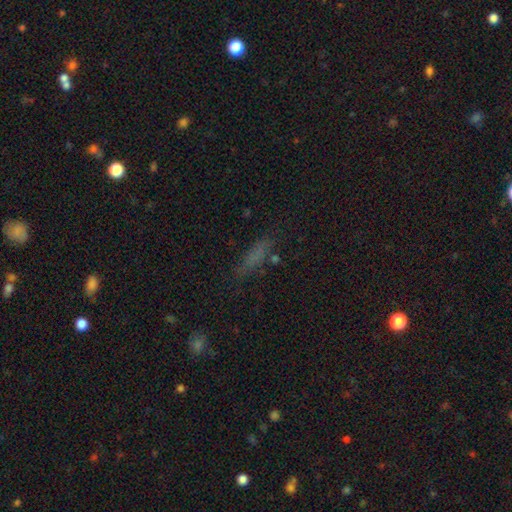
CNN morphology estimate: Smooth or featured: smooth — 62% (star or artifact — 20%)
How rounded: cigar-shaped — 69% (in between — 27%)
Merging: none — 71% (minor disturbance — 18%)